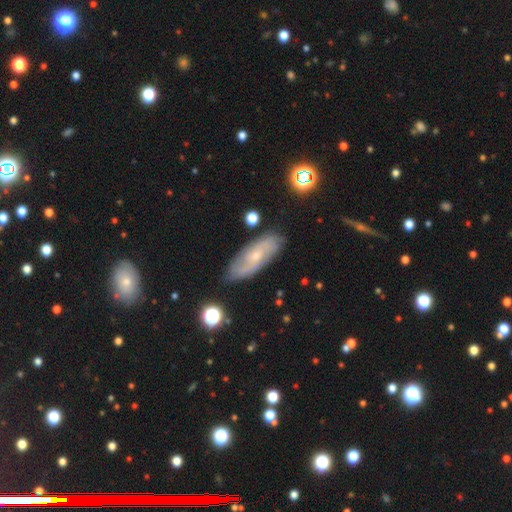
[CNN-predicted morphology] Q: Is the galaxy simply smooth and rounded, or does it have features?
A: featured or disk — 62%.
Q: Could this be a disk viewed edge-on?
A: no — 84%.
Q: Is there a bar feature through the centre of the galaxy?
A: no — 70%.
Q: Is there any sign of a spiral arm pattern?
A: yes — 81%.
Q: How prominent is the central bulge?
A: small — 76%.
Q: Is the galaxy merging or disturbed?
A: none — 80%.